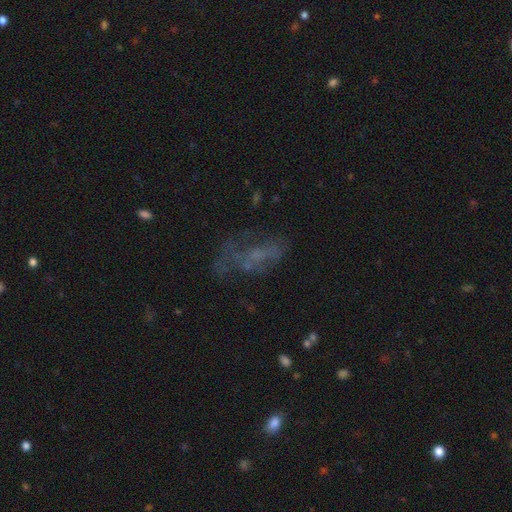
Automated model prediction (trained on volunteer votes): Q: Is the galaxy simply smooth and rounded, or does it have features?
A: featured or disk — 44%.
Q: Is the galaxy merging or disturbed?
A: none — 41%.